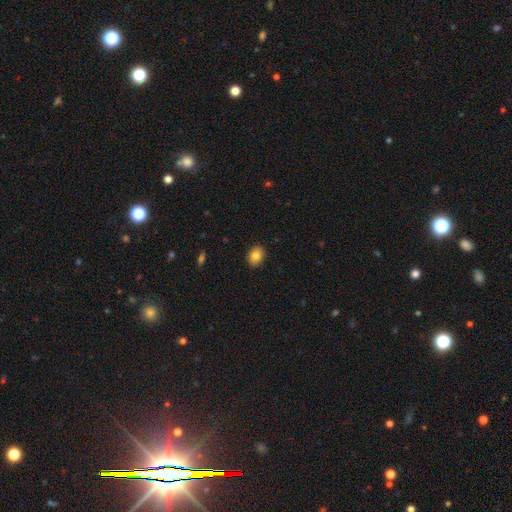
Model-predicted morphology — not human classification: Overall: smooth (83%). How rounded: in between (64%; round 35%). Merging: none (89%).